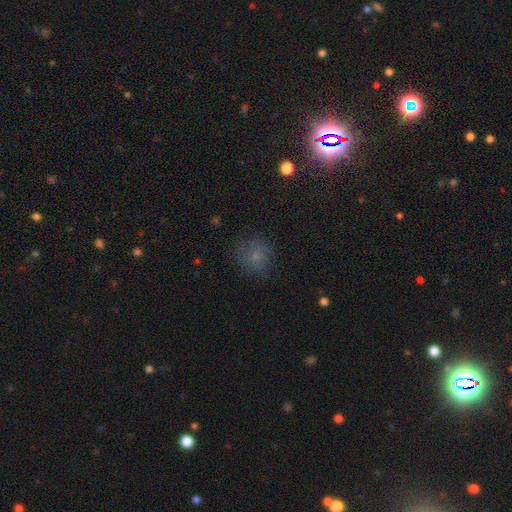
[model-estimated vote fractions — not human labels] The model was most divided on "smooth or featured": smooth: 66%, star or artifact: 18%, featured or disk: 16%. More confident: how rounded — round (80%); merging — none (68%).